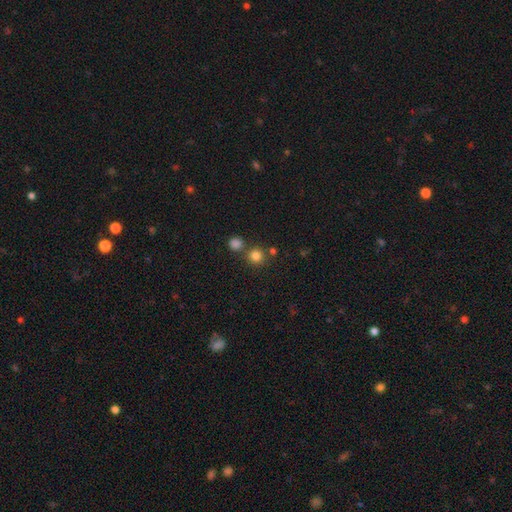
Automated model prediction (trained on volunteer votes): A smooth galaxy with no disk features (80%) that is round (93%). Merging: none (73%).